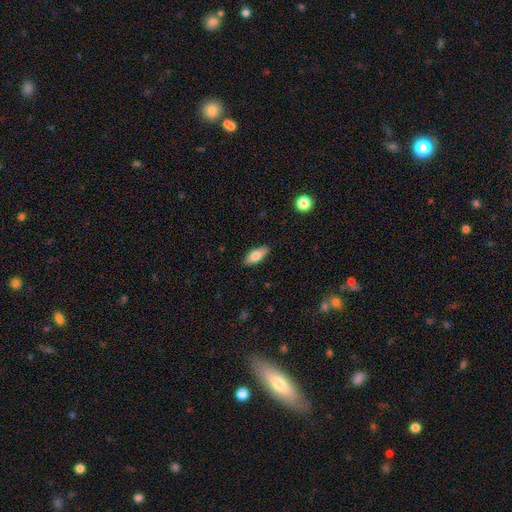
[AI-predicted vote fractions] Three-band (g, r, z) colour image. It shows a smooth galaxy with no disk features (75%) that is in between round and cigar-shaped (79%). Merging: none (87%).